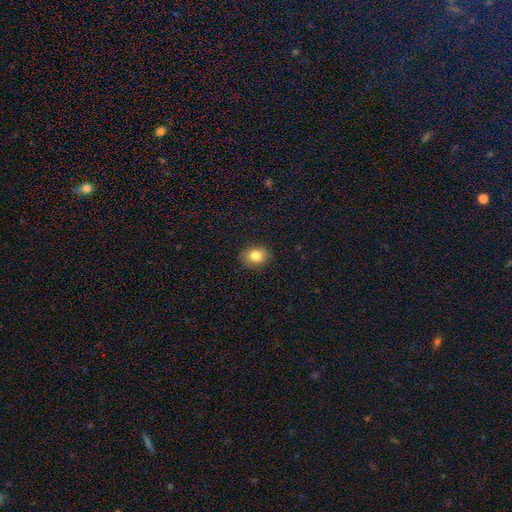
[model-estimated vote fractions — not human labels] Smooth or featured? smooth (83%)
How rounded? in between (53%)
Merging? none (86%)